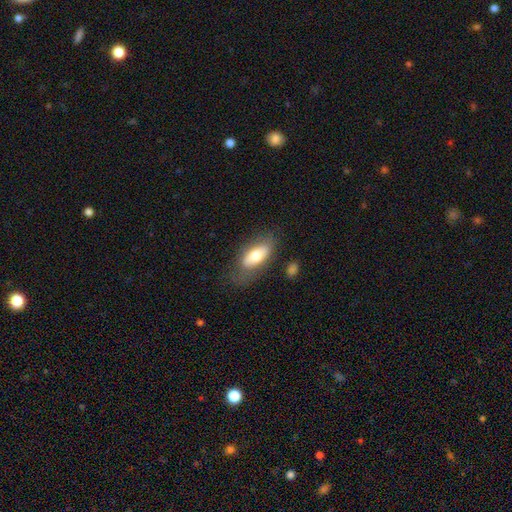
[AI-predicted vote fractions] Q: Smooth or featured?
A: smooth (64%); runner-up: featured or disk (30%)
Q: How rounded?
A: in between (83%); runner-up: cigar-shaped (14%)
Q: Merging?
A: none (63%); runner-up: minor disturbance (22%)